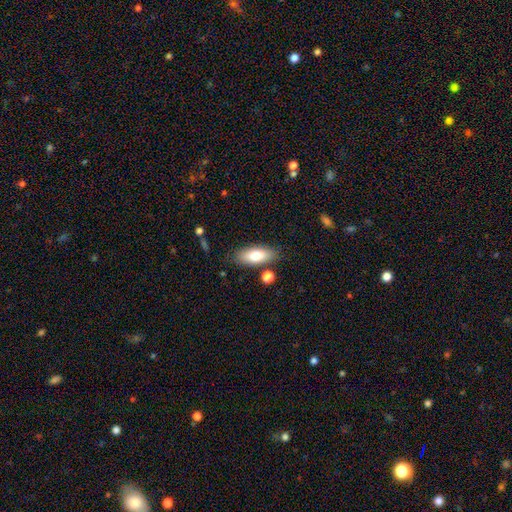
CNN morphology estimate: This appears to be a smooth galaxy with no disk features (77%) that is in between round and cigar-shaped (80%). Merging: none (81%).